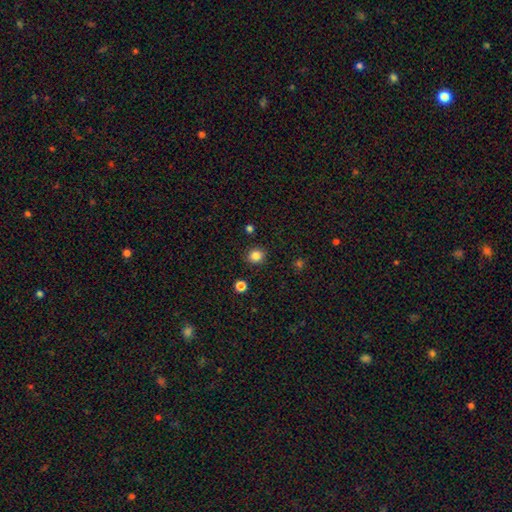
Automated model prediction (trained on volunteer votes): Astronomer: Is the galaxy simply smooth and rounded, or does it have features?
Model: smooth — 84%.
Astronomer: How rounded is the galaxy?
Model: round — 85%.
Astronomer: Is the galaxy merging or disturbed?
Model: none — 89%.